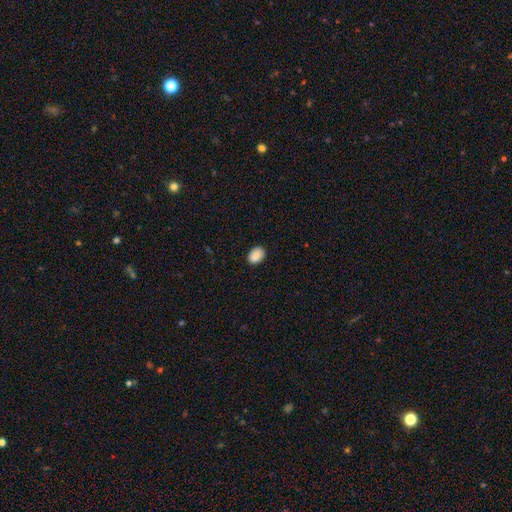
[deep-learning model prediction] Smooth or featured? Predicted: smooth (p=0.89). How rounded? Predicted: in between (p=0.75). Merging? Predicted: none (p=0.87).